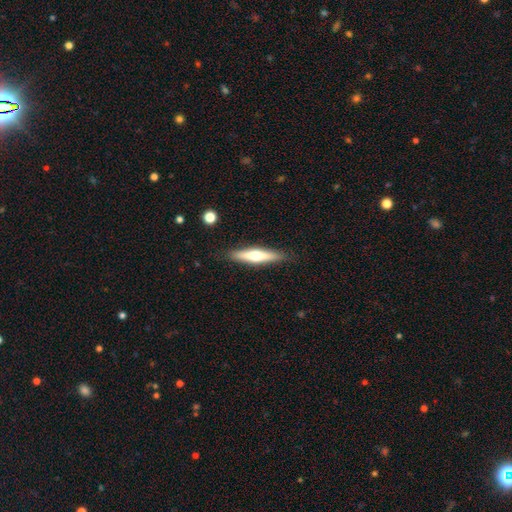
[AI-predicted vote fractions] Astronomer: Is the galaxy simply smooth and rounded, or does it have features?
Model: featured or disk — 51% (runner-up: smooth, 43%).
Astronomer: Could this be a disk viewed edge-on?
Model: yes — 93%.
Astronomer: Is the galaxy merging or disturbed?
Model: none — 88%.